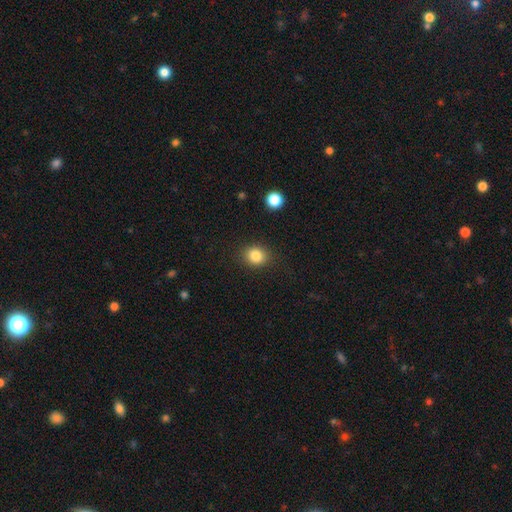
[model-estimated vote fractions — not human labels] Smooth or featured? Predicted: smooth (p=0.84). How rounded? Predicted: round (p=0.69). Merging? Predicted: none (p=0.87).